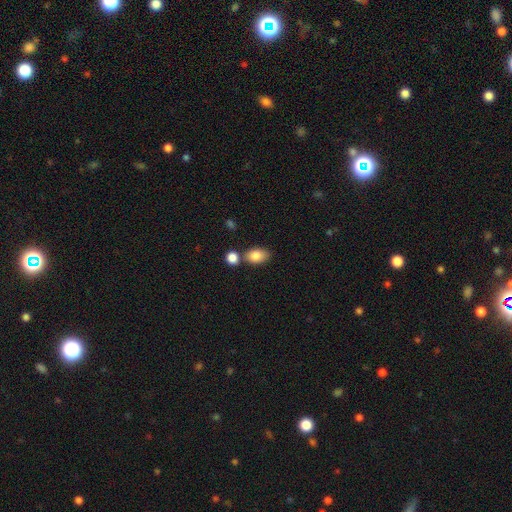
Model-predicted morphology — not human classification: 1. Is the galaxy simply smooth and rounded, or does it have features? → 84% smooth, 8% star or artifact, 8% featured or disk.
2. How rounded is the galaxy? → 85% in between, 13% round, 2% cigar-shaped.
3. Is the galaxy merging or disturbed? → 65% none, 18% merger, 13% minor disturbance, 3% major disturbance.